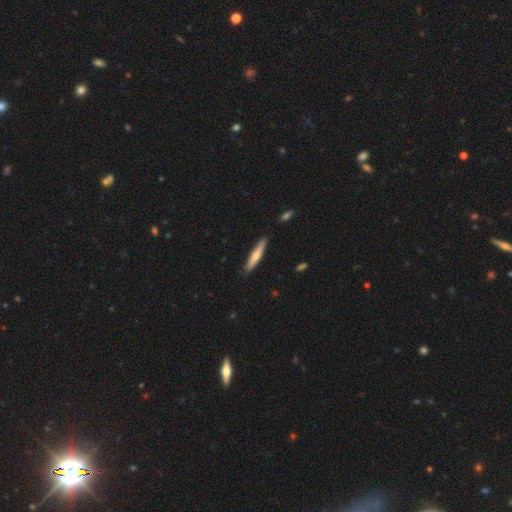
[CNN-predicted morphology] smooth 61%, featured or disk 34%, star or artifact 5%. Down the decision tree: how rounded — cigar-shaped (91%); merging — none (88%).